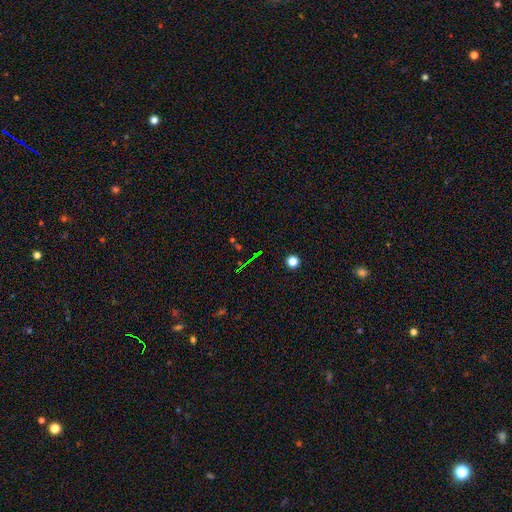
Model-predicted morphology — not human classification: smooth_or_featured: star or artifact (p=0.63) [alt: smooth p=0.22]